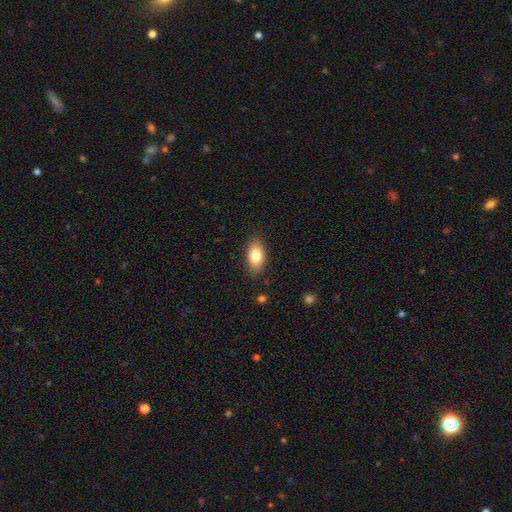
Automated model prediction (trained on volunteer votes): Smooth or featured? smooth (81%)
How rounded? in between (90%)
Merging? none (87%)